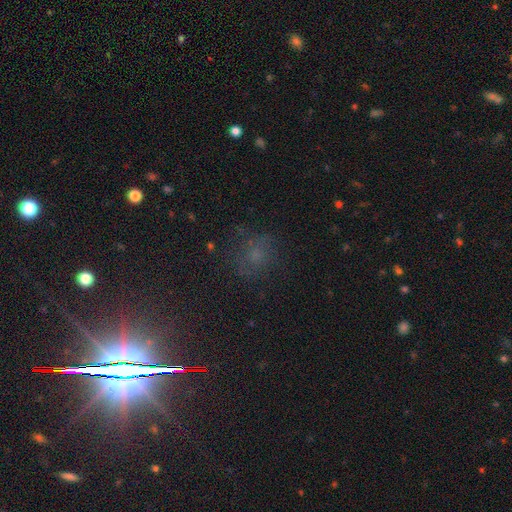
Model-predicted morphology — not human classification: Overall: star or artifact (45%; smooth 40%).